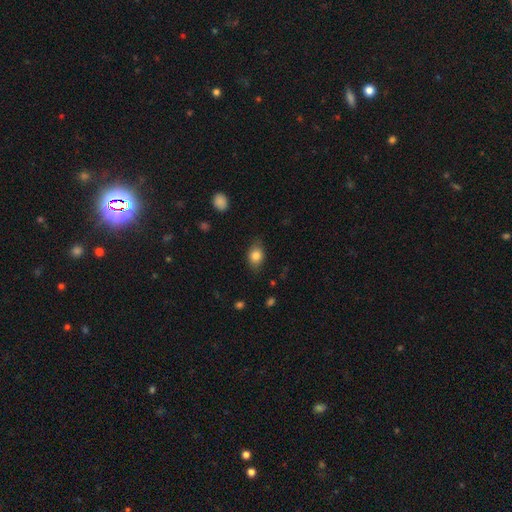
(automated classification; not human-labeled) Q: Smooth or featured?
A: smooth (82%); runner-up: featured or disk (10%)
Q: How rounded?
A: in between (76%); runner-up: round (22%)
Q: Merging?
A: none (78%); runner-up: minor disturbance (17%)